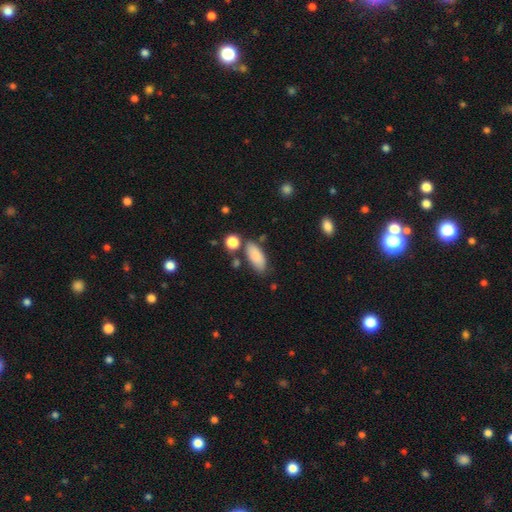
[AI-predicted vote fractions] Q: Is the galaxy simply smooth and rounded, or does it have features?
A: smooth — 85%.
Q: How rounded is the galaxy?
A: in between — 83%.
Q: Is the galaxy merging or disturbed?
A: none — 71%.